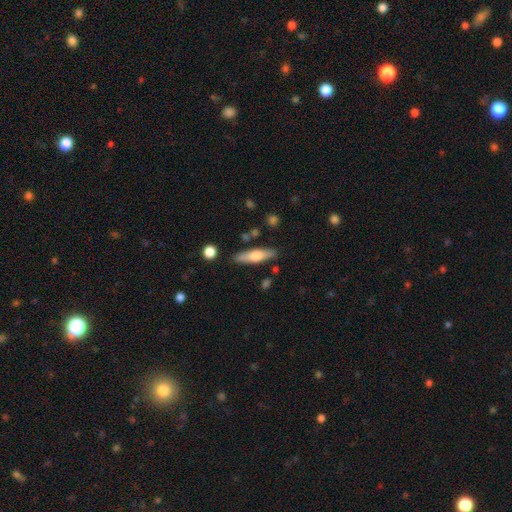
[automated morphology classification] The model was most divided on "smooth or featured": smooth: 57%, featured or disk: 37%, star or artifact: 6%. More confident: merging — none (84%); how rounded — cigar-shaped (68%).